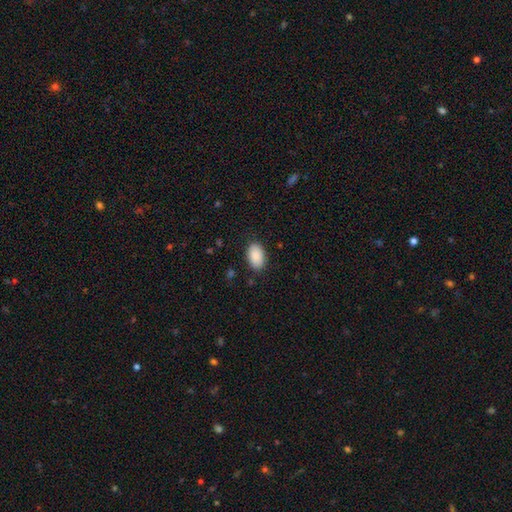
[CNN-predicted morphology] Smooth or featured? smooth (91%)
How rounded? in between (93%)
Merging? none (87%)